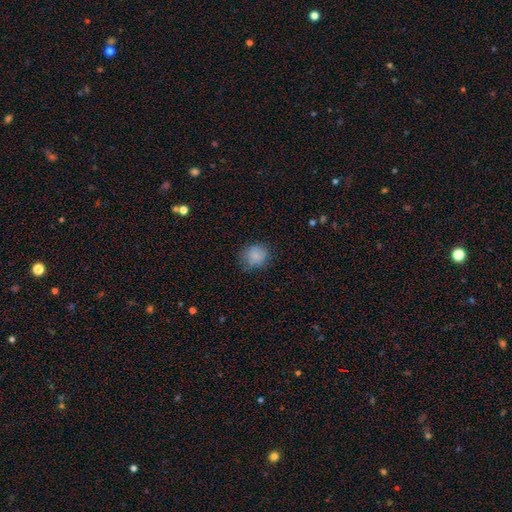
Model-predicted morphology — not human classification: Smooth or featured?
  - smooth: 84% *
  - star or artifact: 9%
  - featured or disk: 7%
How rounded?
  - round: 81% *
  - in between: 18%
  - cigar-shaped: 1%
Merging?
  - none: 74% *
  - minor disturbance: 19%
  - major disturbance: 5%
  - merger: 1%